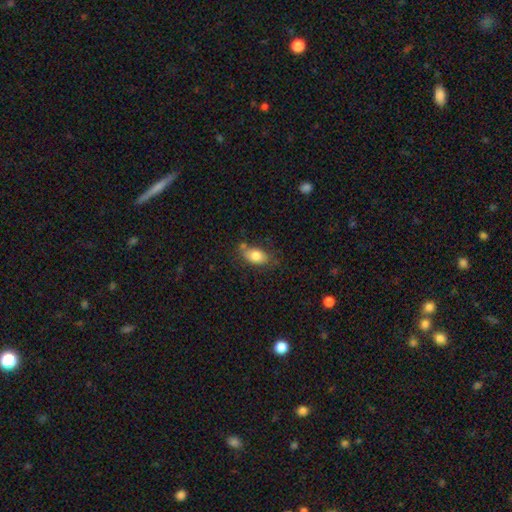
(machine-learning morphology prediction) smooth-or-featured: smooth: 80% | featured or disk: 12% | star or artifact: 8%
  how-rounded: in between: 86% | round: 12% | cigar-shaped: 3%
  merging: none: 62% | minor disturbance: 23% | merger: 9% | major disturbance: 6%